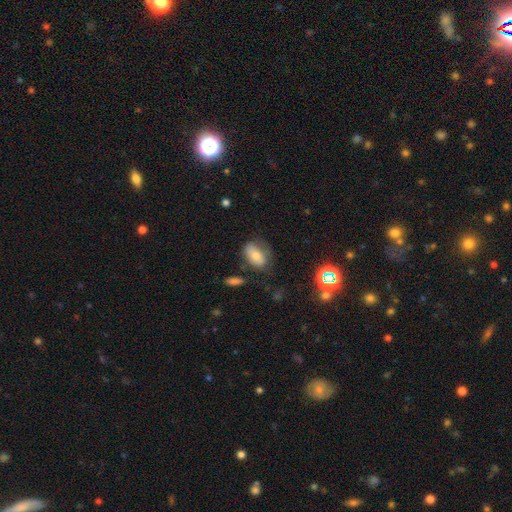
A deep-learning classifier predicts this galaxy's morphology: This is likely a smooth galaxy (69%). How rounded: clearly in between (86%). Merging: possibly none (59%).